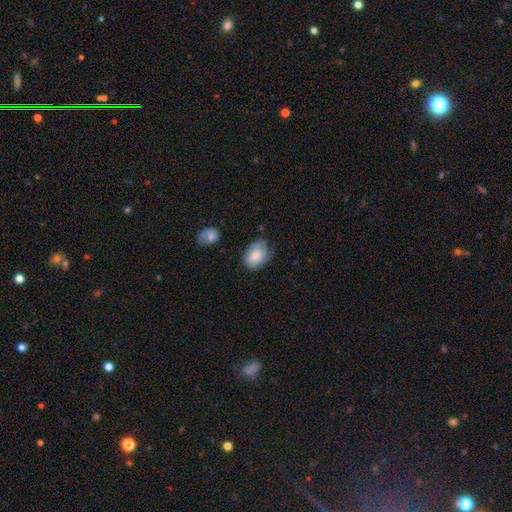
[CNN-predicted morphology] Overall: smooth (73%). How rounded: in between (82%). Merging: none (56%; minor disturbance 32%).